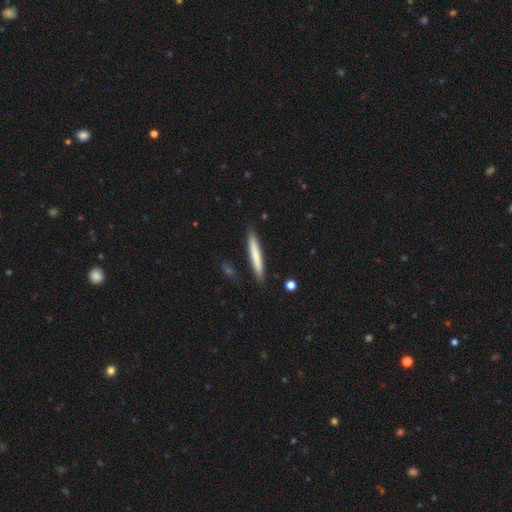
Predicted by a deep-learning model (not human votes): Smooth or featured: smooth — 72% (featured or disk — 23%)
How rounded: cigar-shaped — 96% (in between — 3%)
Merging: none — 88% (minor disturbance — 9%)